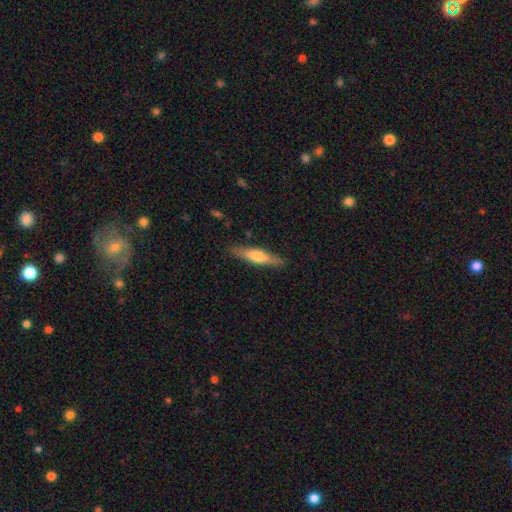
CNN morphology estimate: Smooth or featured? Predicted: smooth (p=0.50). Merging? Predicted: none (p=0.87).